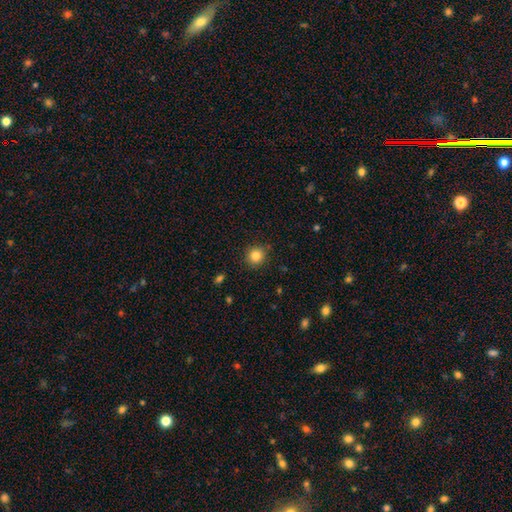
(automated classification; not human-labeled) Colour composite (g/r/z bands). It shows a smooth galaxy with no disk features (83%) that is round (91%). Merging: none (88%).